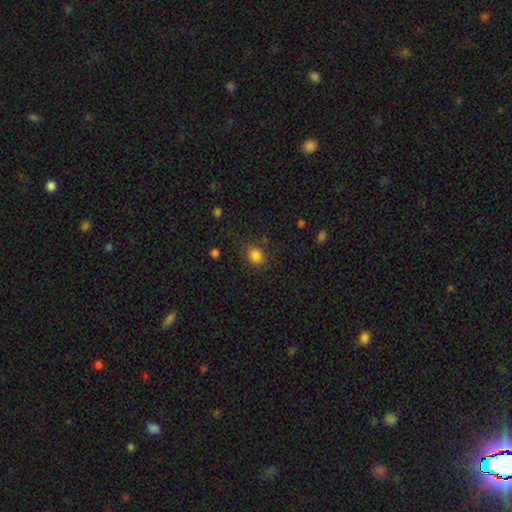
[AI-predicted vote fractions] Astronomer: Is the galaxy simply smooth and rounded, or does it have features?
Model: smooth — 84%.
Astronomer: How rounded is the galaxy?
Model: round — 61% (runner-up: in between, 38%).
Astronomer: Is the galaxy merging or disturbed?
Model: none — 79%.